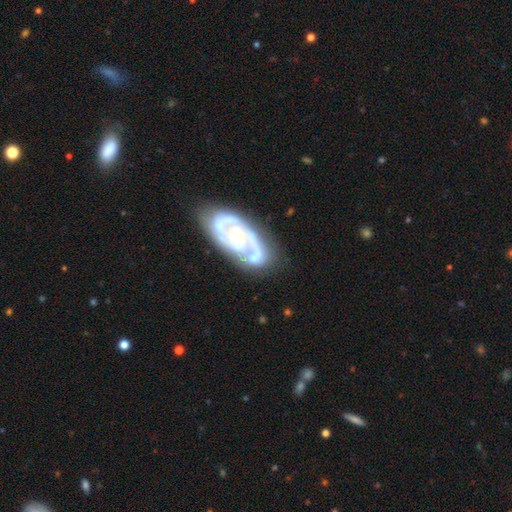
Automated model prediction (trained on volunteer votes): A featured or disk galaxy (87%) with no bar (53%), 2 (68%) medium (45%) spiral arms (93%) and a small central bulge (53%). Merging: none (67%).